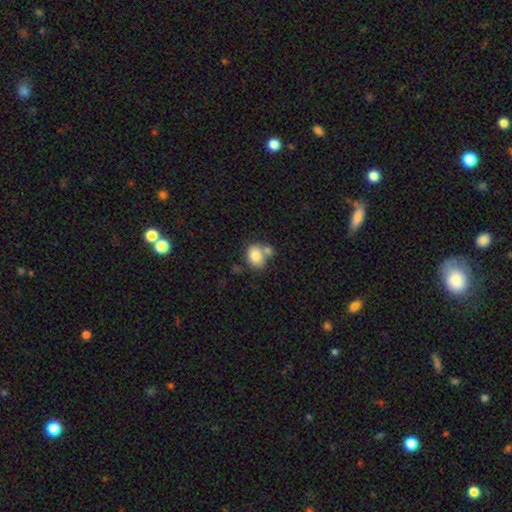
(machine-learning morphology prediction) Smooth or featured?
  - smooth: 80% *
  - featured or disk: 11%
  - star or artifact: 8%
How rounded?
  - in between: 57% *
  - round: 42%
  - cigar-shaped: 1%
Merging?
  - none: 44% *
  - merger: 38%
  - minor disturbance: 13%
  - major disturbance: 5%